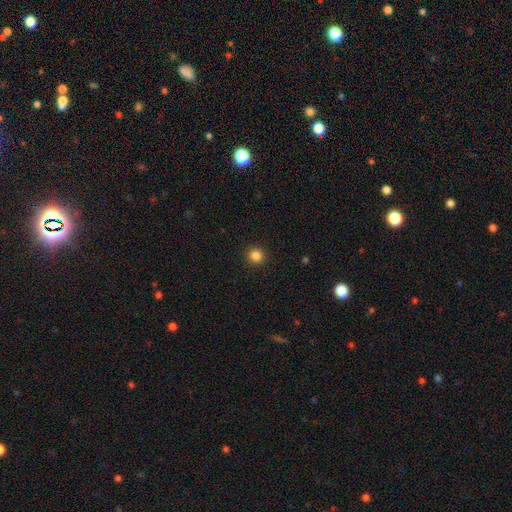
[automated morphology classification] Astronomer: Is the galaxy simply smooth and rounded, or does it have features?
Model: smooth — 85%.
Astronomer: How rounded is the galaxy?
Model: round — 95%.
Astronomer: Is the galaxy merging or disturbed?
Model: none — 93%.